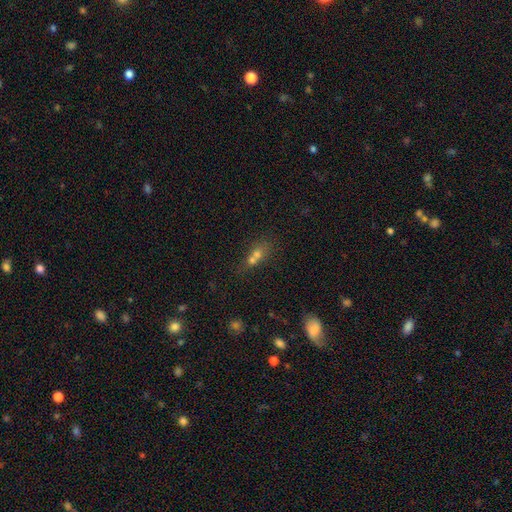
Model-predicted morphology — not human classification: Smooth or featured: smooth — 57% (star or artifact — 25%)
How rounded: round — 47% (in between — 46%)
Merging: merger — 52% (none — 34%)